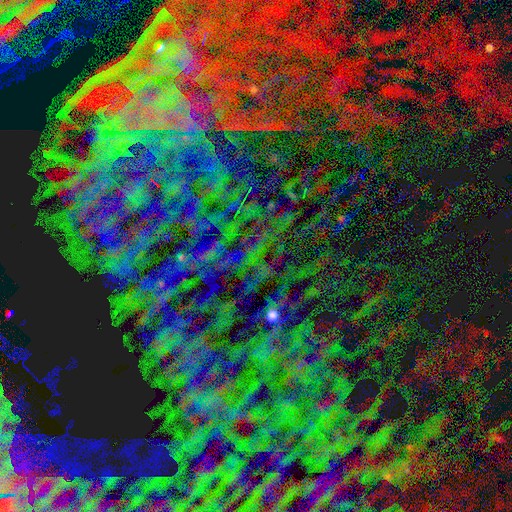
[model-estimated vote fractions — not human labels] Smooth or featured? Predicted: star or artifact (p=0.81).